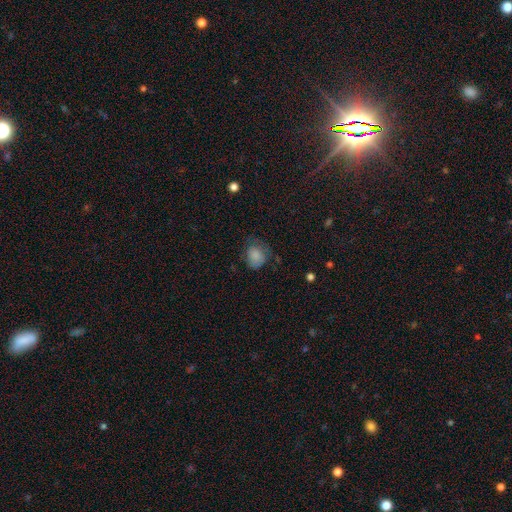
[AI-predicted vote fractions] A smooth galaxy with no disk features (78%) that is round (55%).

Vote fractions:
- Smooth or featured? smooth: 78% / featured or disk: 12% / star or artifact: 9%
- How rounded? round: 55% / in between: 44% / cigar-shaped: 1%
- Merging? none: 48% / minor disturbance: 31% / major disturbance: 19% / merger: 2%